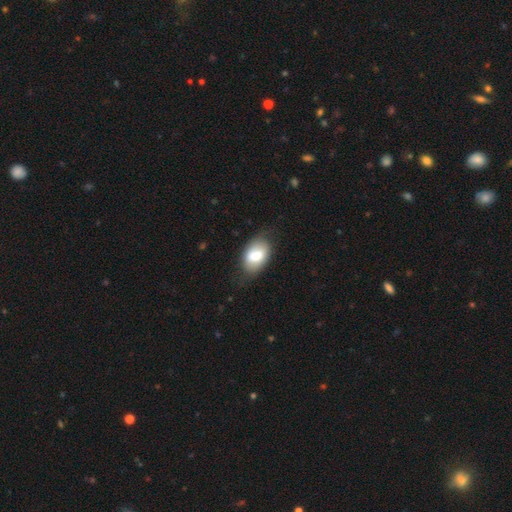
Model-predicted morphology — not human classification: Q: Smooth or featured?
A: smooth (72%); runner-up: featured or disk (22%)
Q: How rounded?
A: in between (89%); runner-up: round (10%)
Q: Merging?
A: none (70%); runner-up: minor disturbance (22%)